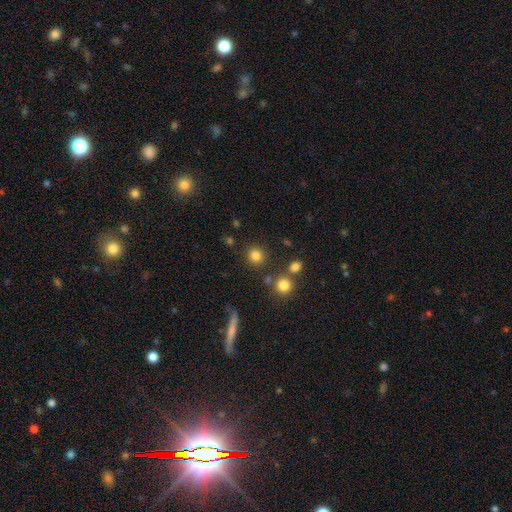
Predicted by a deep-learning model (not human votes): Smooth or featured: smooth — 81% (star or artifact — 13%)
How rounded: round — 93% (in between — 6%)
Merging: none — 84% (minor disturbance — 7%)